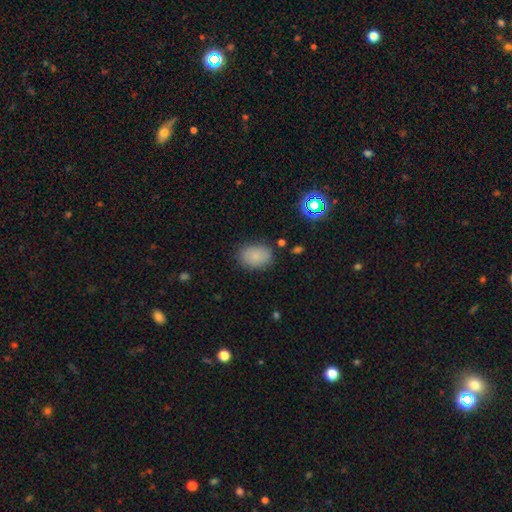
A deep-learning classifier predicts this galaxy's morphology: smooth_or_featured: smooth (p=0.83) [alt: star or artifact p=0.11]
how_rounded: in between (p=0.78) [alt: round p=0.21]
merging: none (p=0.80) [alt: minor disturbance p=0.14]